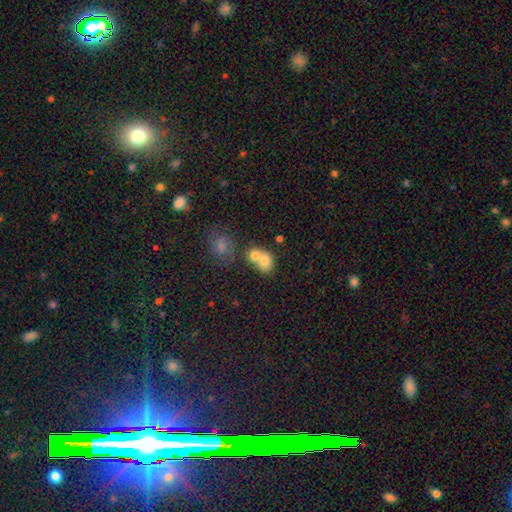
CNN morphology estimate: Smooth or featured?
  - smooth: 73% *
  - featured or disk: 17%
  - star or artifact: 10%
How rounded?
  - round: 55% *
  - in between: 43%
  - cigar-shaped: 1%
Merging?
  - merger: 62% *
  - none: 27%
  - minor disturbance: 8%
  - major disturbance: 4%